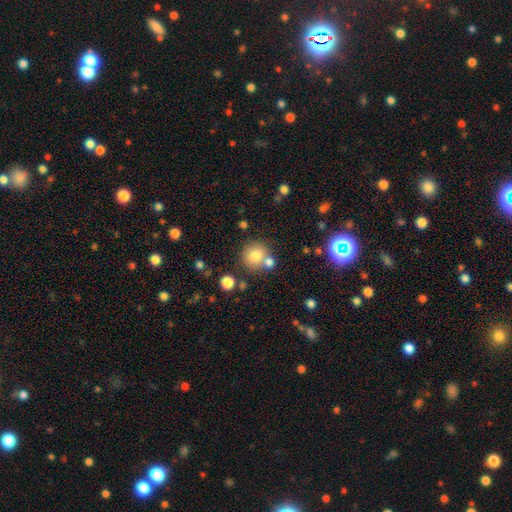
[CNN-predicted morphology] Smooth or featured?
  - smooth: 79% *
  - star or artifact: 11%
  - featured or disk: 10%
How rounded?
  - round: 89% *
  - in between: 10%
  - cigar-shaped: 1%
Merging?
  - none: 65% *
  - merger: 22%
  - minor disturbance: 10%
  - major disturbance: 4%